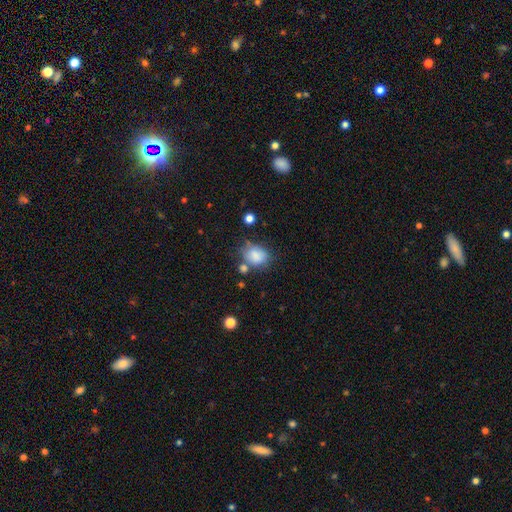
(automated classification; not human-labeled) This appears to be a smooth galaxy with no disk features (83%) that is in between round and cigar-shaped (59%). Merging: none (55%).